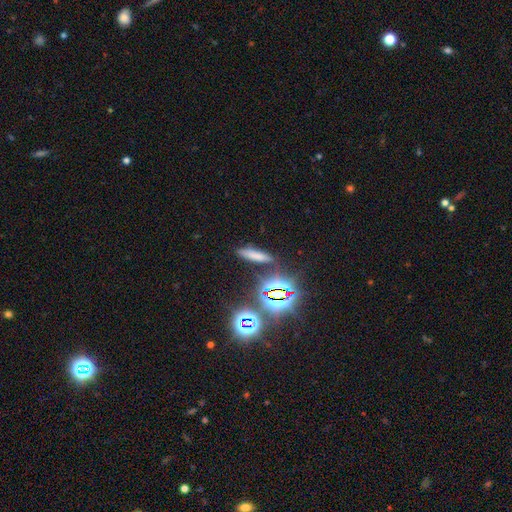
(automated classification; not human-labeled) smooth-or-featured: smooth: 61% | star or artifact: 28% | featured or disk: 11%
  how-rounded: cigar-shaped: 73% | in between: 22% | round: 5%
  merging: none: 81% | minor disturbance: 11% | merger: 4% | major disturbance: 4%